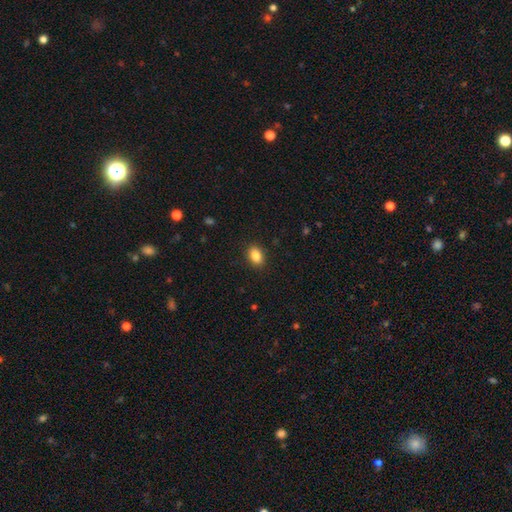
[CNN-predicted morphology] A smooth galaxy with no disk features (87%) that is in between round and cigar-shaped (81%).

Vote fractions:
- Smooth or featured? smooth: 87% / star or artifact: 9% / featured or disk: 4%
- How rounded? in between: 81% / round: 17% / cigar-shaped: 2%
- Merging? none: 89% / minor disturbance: 8% / major disturbance: 2% / merger: 1%